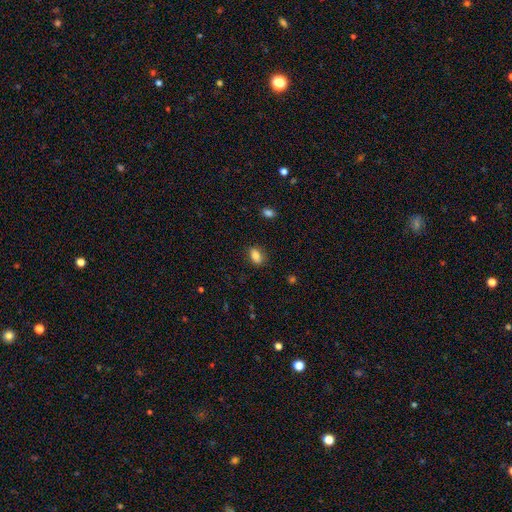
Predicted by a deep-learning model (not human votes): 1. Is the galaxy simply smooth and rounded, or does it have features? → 85% smooth, 9% star or artifact, 6% featured or disk.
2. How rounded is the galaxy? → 85% in between, 10% round, 5% cigar-shaped.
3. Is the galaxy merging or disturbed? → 84% none, 12% minor disturbance, 3% major disturbance, 1% merger.